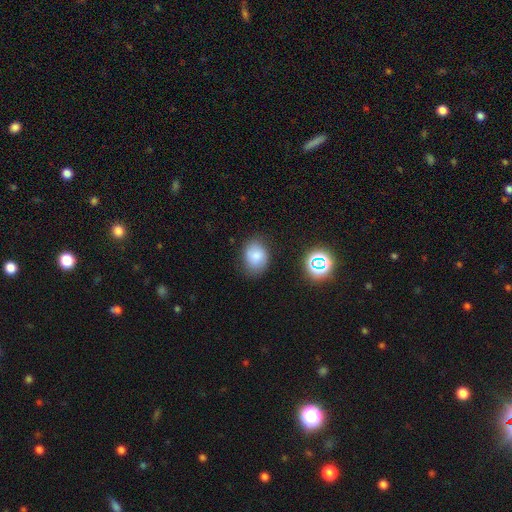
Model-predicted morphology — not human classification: smooth-or-featured: smooth: 78% | star or artifact: 12% | featured or disk: 10%
  how-rounded: in between: 60% | round: 39% | cigar-shaped: 1%
  merging: none: 74% | minor disturbance: 19% | major disturbance: 5% | merger: 2%